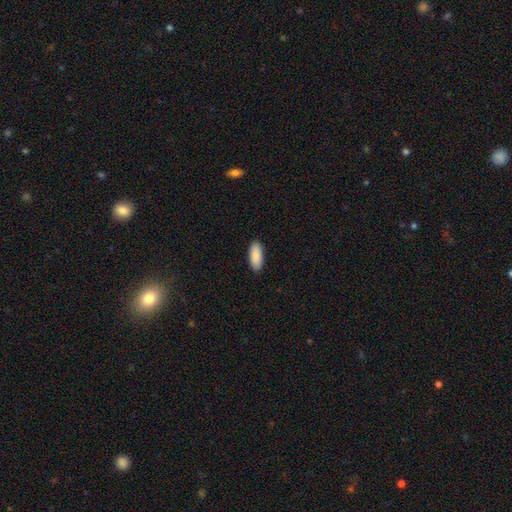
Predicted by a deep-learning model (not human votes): A smooth galaxy with no disk features (91%) that is in between round and cigar-shaped (85%).

Vote fractions:
- Smooth or featured? smooth: 91% / star or artifact: 5% / featured or disk: 4%
- How rounded? in between: 85% / cigar-shaped: 13% / round: 2%
- Merging? none: 90% / minor disturbance: 7% / major disturbance: 2% / merger: 1%